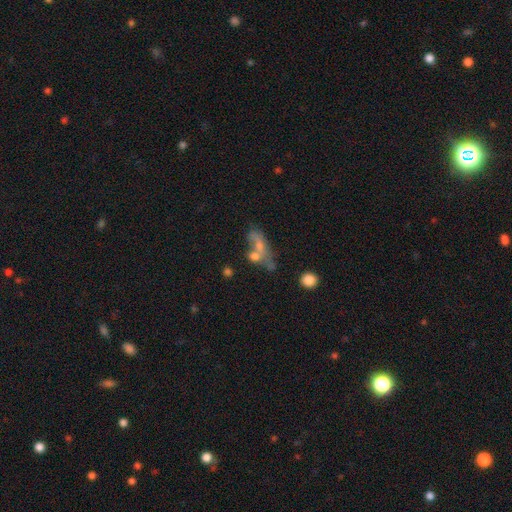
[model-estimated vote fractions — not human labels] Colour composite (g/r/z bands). It shows a smooth galaxy with no disk features (55%) that is in between round and cigar-shaped (63%). Merging: merger (48%).